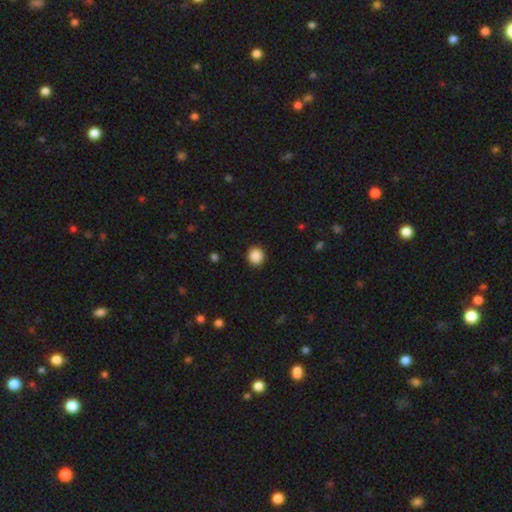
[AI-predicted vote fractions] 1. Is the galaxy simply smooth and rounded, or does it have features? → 88% smooth, 9% star or artifact, 2% featured or disk.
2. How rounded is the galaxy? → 88% round, 11% in between, 1% cigar-shaped.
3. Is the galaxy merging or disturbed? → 91% none, 6% minor disturbance, 2% major disturbance, 1% merger.